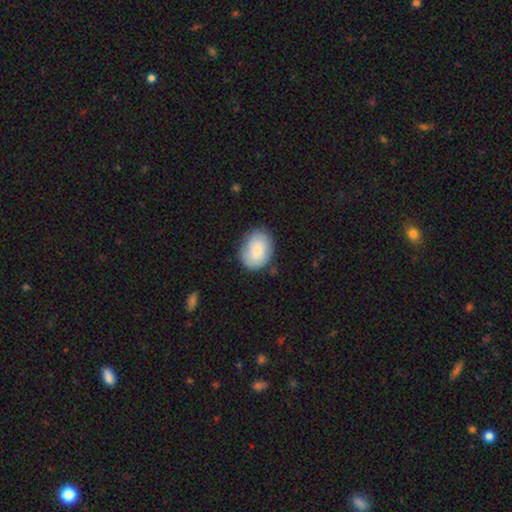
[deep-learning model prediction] Overall: smooth (77%). How rounded: in between (68%; round 31%). Merging: none (79%).